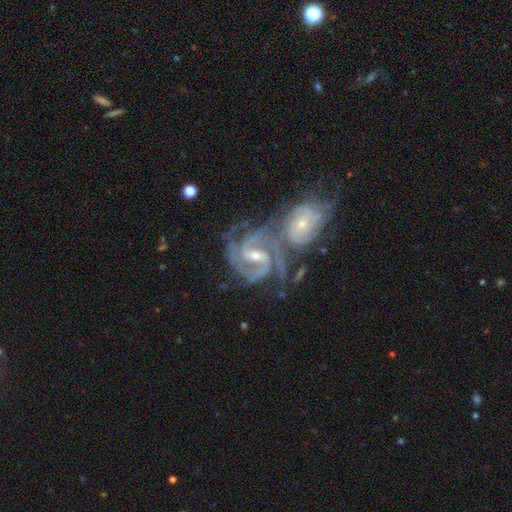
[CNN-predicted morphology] This appears to be a featured or disk galaxy (92%) with a weak bar (43%), 2 (54%) medium (48%) spiral arms (98%) and a small central bulge (59%). Merging: merger (63%).